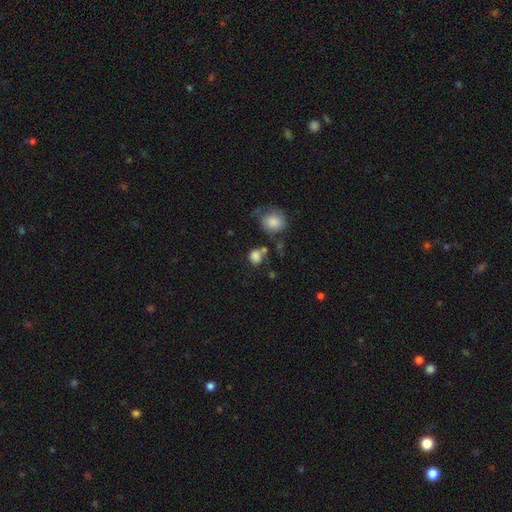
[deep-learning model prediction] smooth 81%, star or artifact 11%, featured or disk 9%. Down the decision tree: how rounded — round (67%); merging — none (49%).